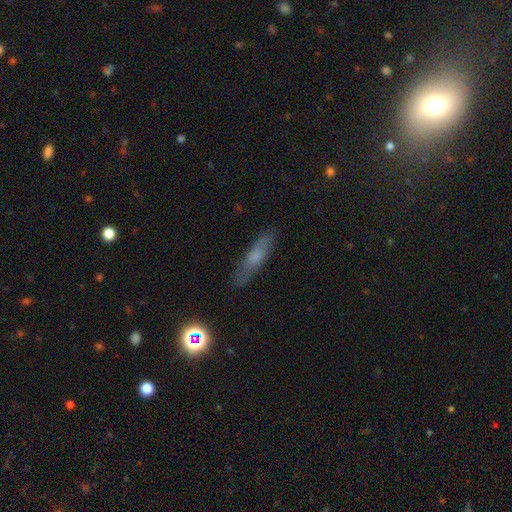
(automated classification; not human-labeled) Q: Smooth or featured?
A: smooth (55%); runner-up: featured or disk (34%)
Q: How rounded?
A: cigar-shaped (73%); runner-up: in between (24%)
Q: Merging?
A: none (80%); runner-up: minor disturbance (14%)